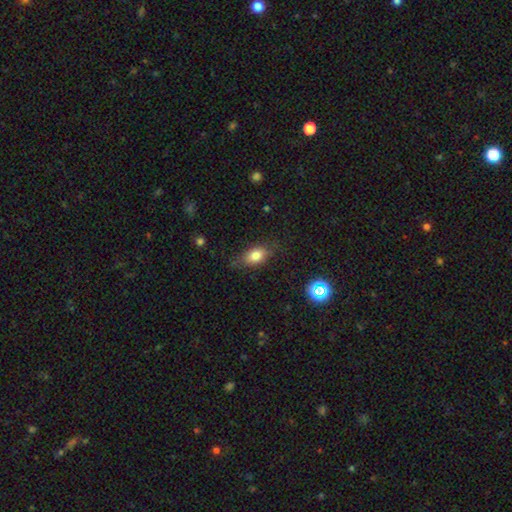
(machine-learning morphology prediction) Overall: smooth (75%). How rounded: in between (80%). Merging: none (70%).